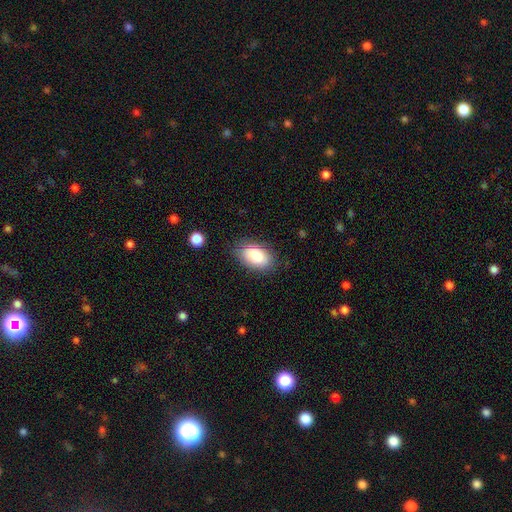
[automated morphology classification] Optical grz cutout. It shows a smooth galaxy with no disk features (86%) that is in between round and cigar-shaped (93%). Merging: none (82%).